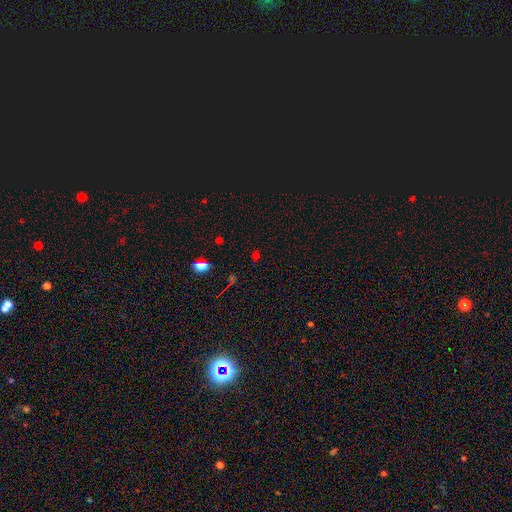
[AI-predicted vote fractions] Q: Smooth or featured?
A: star or artifact (51%); runner-up: smooth (42%)